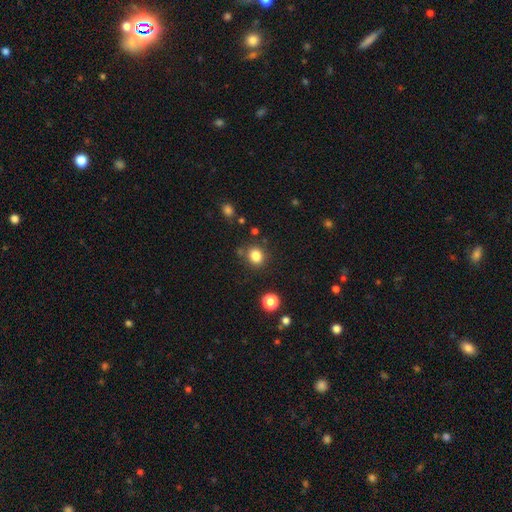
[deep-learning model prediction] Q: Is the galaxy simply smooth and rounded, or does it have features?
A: smooth — 83%.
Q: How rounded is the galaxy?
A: round — 76%.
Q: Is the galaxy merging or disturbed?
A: none — 81%.